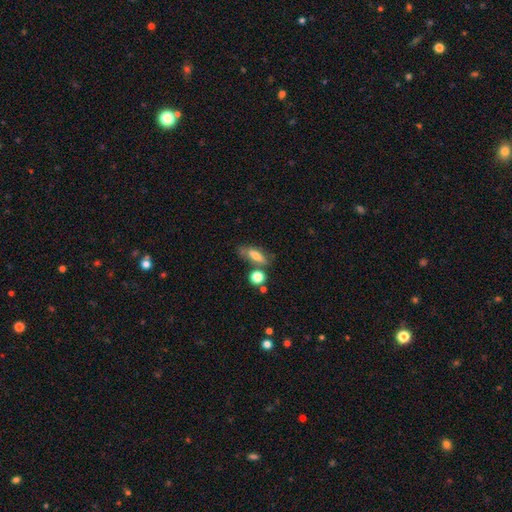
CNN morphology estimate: A smooth galaxy with no disk features (67%) that is in between round and cigar-shaped (62%).

Vote fractions:
- Smooth or featured? smooth: 67% / featured or disk: 24% / star or artifact: 10%
- How rounded? in between: 62% / cigar-shaped: 30% / round: 7%
- Merging? none: 57% / minor disturbance: 19% / merger: 15% / major disturbance: 8%